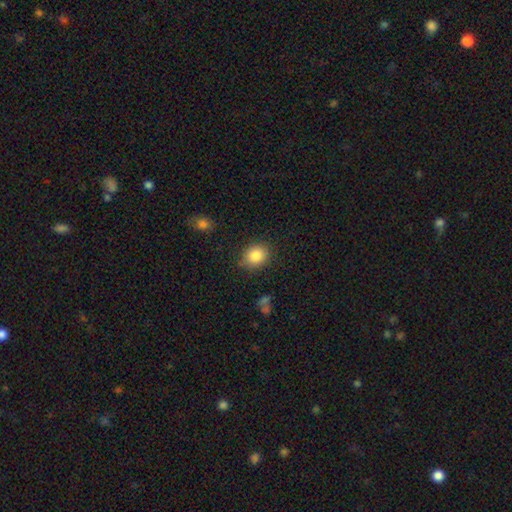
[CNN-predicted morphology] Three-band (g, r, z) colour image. It shows a smooth galaxy with no disk features (85%) that is round (64%). Merging: none (81%).